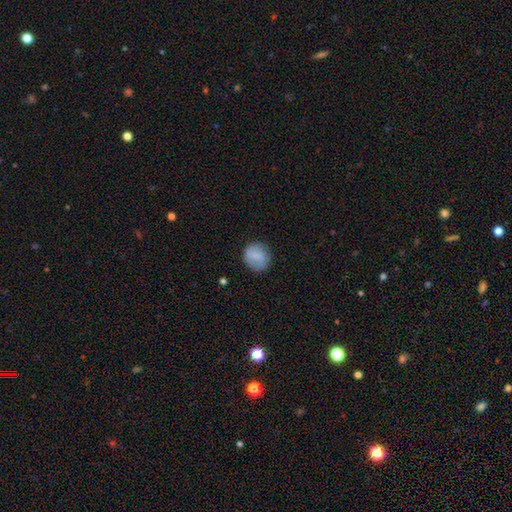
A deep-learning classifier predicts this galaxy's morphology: Smooth or featured? Predicted: smooth (p=0.77). How rounded? Predicted: round (p=0.84). Merging? Predicted: none (p=0.82).